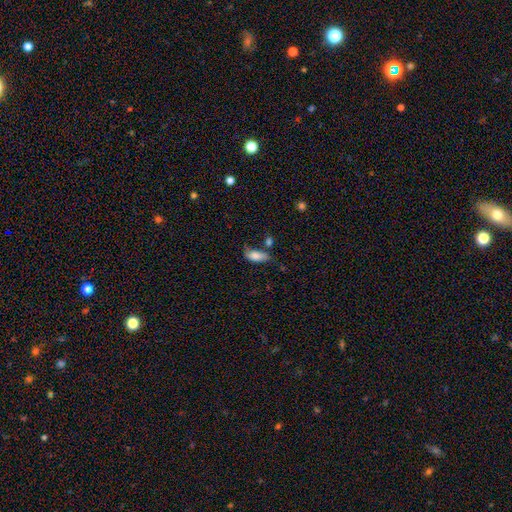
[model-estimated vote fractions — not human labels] Overall: smooth (81%). How rounded: in between (84%). Merging: none (43%; minor disturbance 31%).